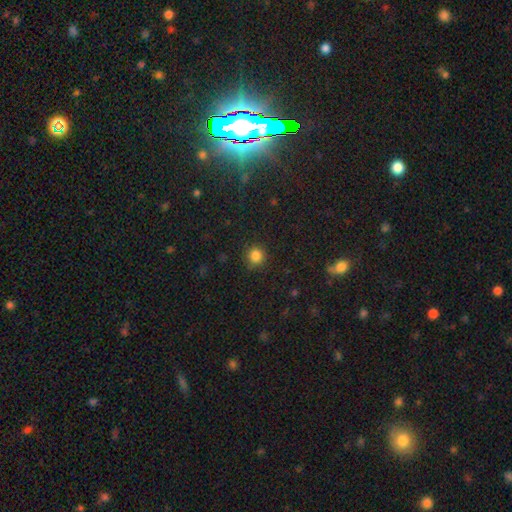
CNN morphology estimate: Overall: smooth (84%). How rounded: round (93%). Merging: none (88%).